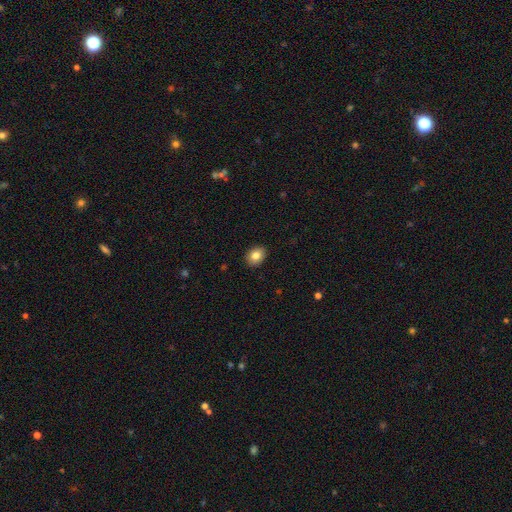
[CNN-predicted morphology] This is clearly a smooth galaxy (83%). How rounded: likely in between (62%). Merging: clearly none (90%).